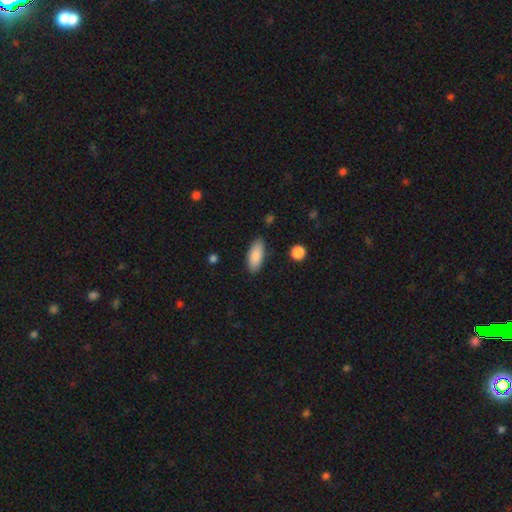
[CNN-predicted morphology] A smooth galaxy with no disk features (87%) that is in between round and cigar-shaped (83%).

Vote fractions:
- Smooth or featured? smooth: 87% / featured or disk: 6% / star or artifact: 6%
- How rounded? in between: 83% / cigar-shaped: 15% / round: 2%
- Merging? none: 85% / minor disturbance: 11% / major disturbance: 2% / merger: 2%